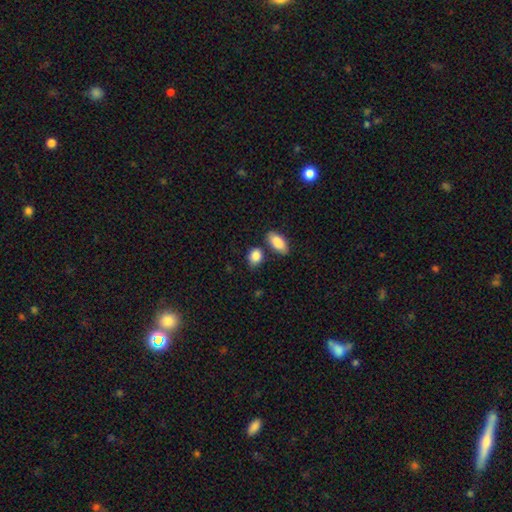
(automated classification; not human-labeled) This appears to be a smooth galaxy with no disk features (88%) that is in between round and cigar-shaped (70%). Merging: none (66%).